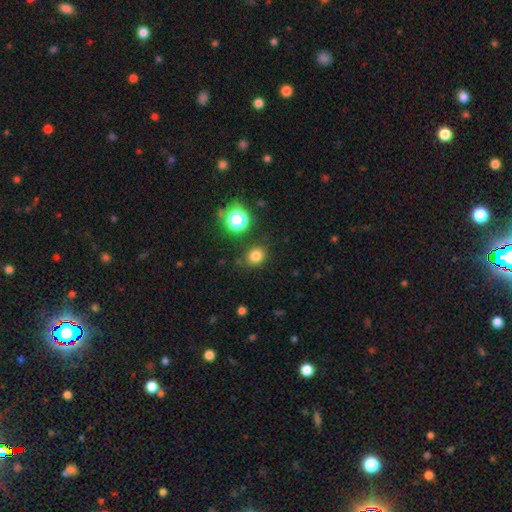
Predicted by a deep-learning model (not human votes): A smooth galaxy with no disk features (79%) that is round (72%). Merging: none (84%).